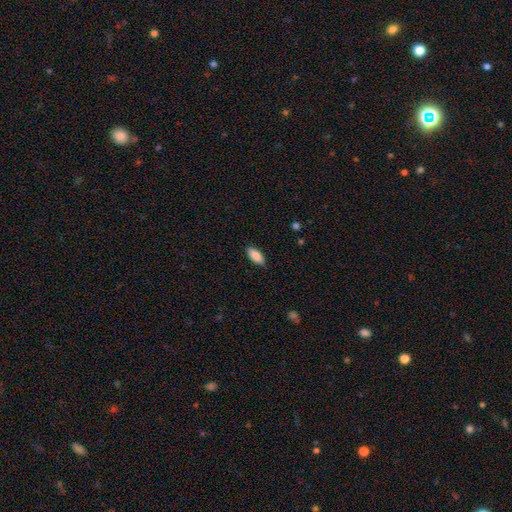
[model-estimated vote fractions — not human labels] A smooth galaxy with no disk features (87%) that is in between round and cigar-shaped (82%).

Vote fractions:
- Smooth or featured? smooth: 87% / featured or disk: 7% / star or artifact: 6%
- How rounded? in between: 82% / cigar-shaped: 16% / round: 2%
- Merging? none: 87% / minor disturbance: 10% / major disturbance: 2% / merger: 1%